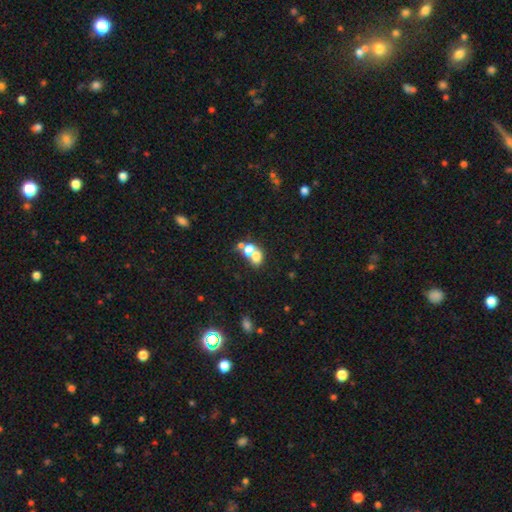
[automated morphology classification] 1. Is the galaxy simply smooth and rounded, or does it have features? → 67% smooth, 18% featured or disk, 14% star or artifact.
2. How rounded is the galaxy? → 52% in between, 46% round, 1% cigar-shaped.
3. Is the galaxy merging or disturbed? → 59% merger, 28% none, 8% minor disturbance, 5% major disturbance.